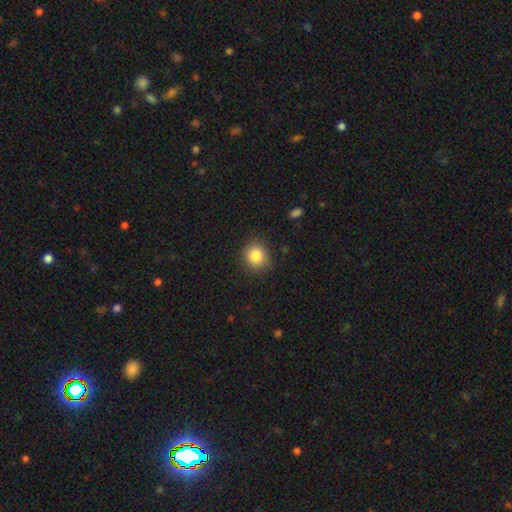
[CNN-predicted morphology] Overall: smooth (84%). How rounded: round (84%). Merging: none (85%).